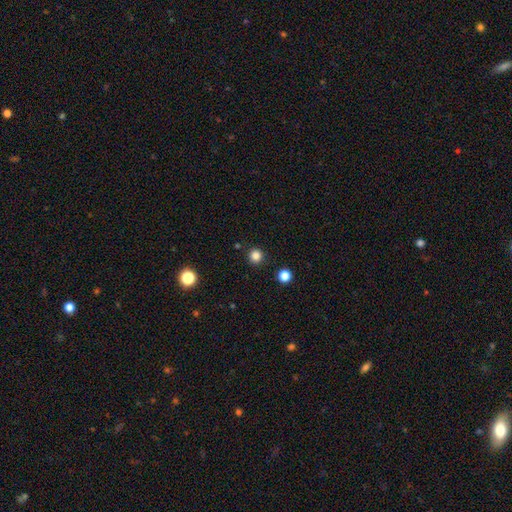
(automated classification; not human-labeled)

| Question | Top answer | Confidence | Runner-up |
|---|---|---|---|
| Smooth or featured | smooth | 83% | star or artifact (14%) |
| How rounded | round | 95% | in between (4%) |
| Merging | none | 91% | minor disturbance (5%) |